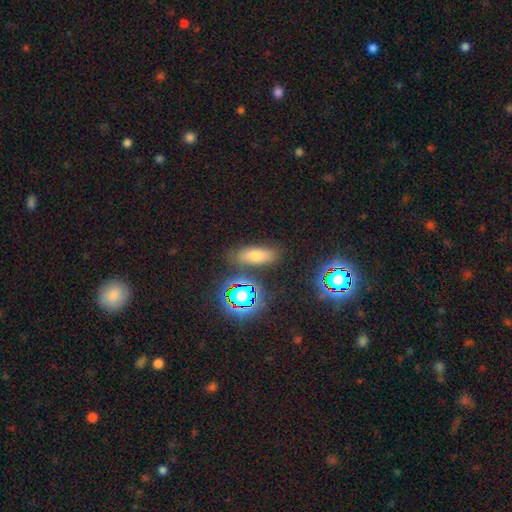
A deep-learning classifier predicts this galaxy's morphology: Smooth or featured: smooth — 57% (star or artifact — 29%)
How rounded: in between — 62% (cigar-shaped — 29%)
Merging: none — 82% (minor disturbance — 10%)